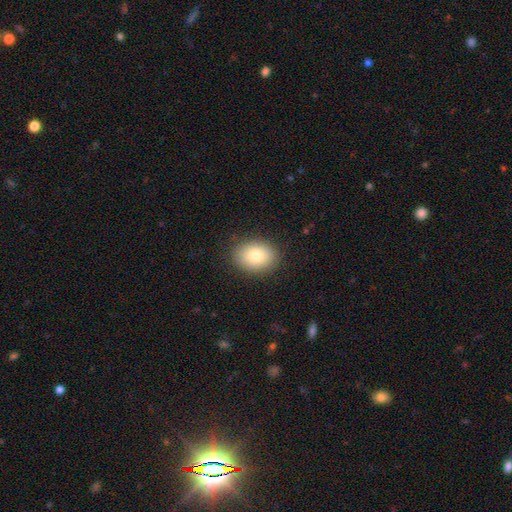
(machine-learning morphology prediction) This appears to be a smooth galaxy with no disk features (80%) that is in between round and cigar-shaped (71%). Merging: none (88%).